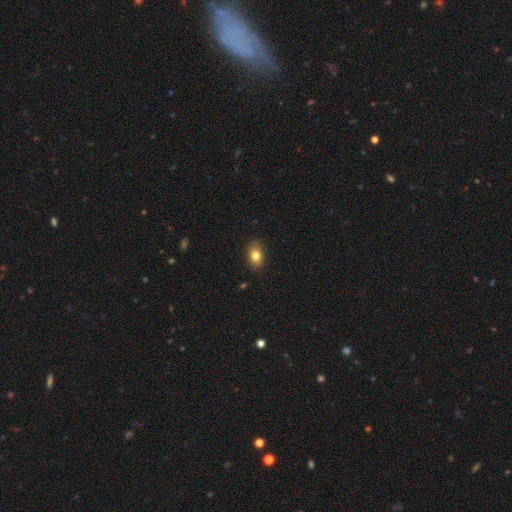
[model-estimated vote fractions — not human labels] This appears to be a smooth galaxy with no disk features (80%) that is in between round and cigar-shaped (81%). Merging: none (87%).